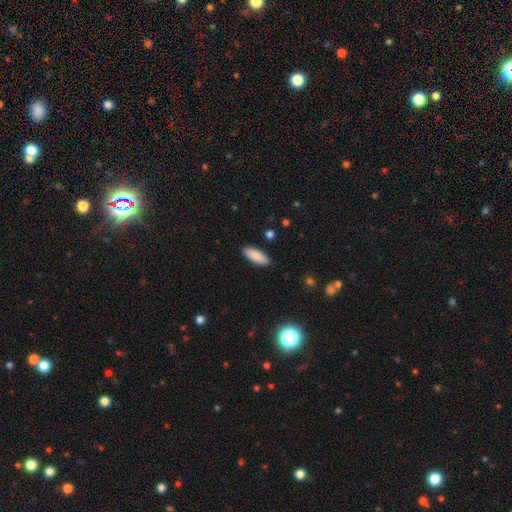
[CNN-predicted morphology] type=smooth (89%); roundness=in between (72%); merging=none (89%).